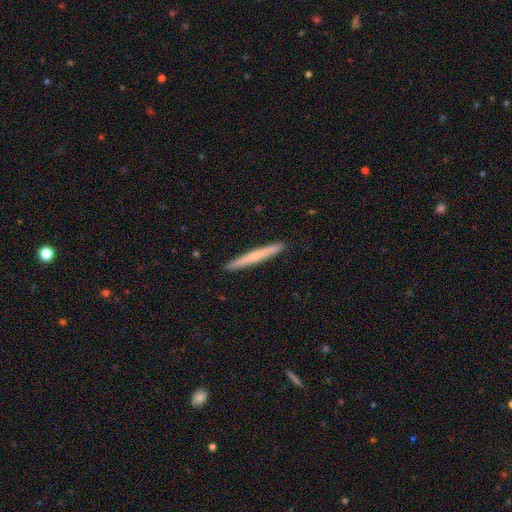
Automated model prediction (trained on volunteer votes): The model was most divided on "smooth or featured": smooth: 60%, featured or disk: 35%, star or artifact: 5%. More confident: how rounded — cigar-shaped (97%); merging — none (93%).